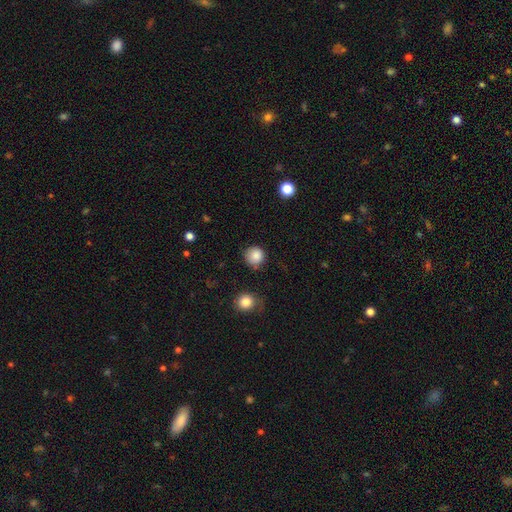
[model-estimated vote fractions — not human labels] Overall: smooth (86%). How rounded: round (94%). Merging: none (79%).